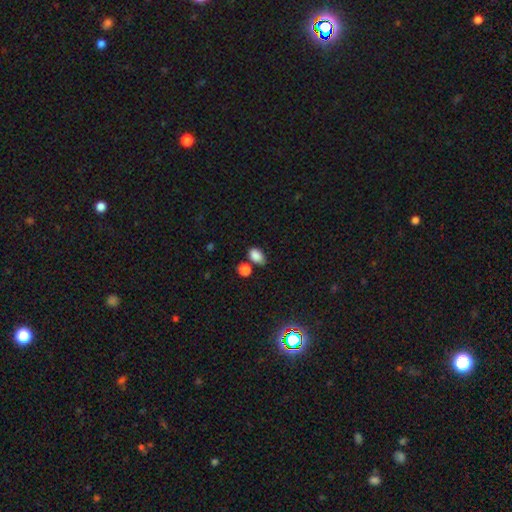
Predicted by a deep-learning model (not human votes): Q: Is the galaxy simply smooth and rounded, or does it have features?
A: smooth — 84%.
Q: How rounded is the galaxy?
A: in between — 85%.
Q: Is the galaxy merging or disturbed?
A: none — 61%.